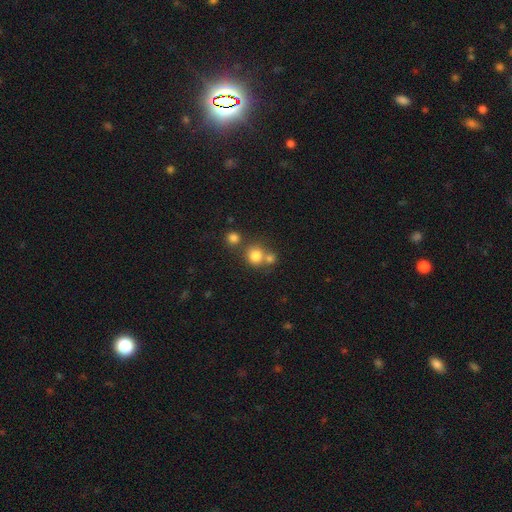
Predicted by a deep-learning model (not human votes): smooth_or_featured: smooth (p=0.78) [alt: star or artifact p=0.13]
how_rounded: round (p=0.87) [alt: in between p=0.12]
merging: none (p=0.55) [alt: merger p=0.33]